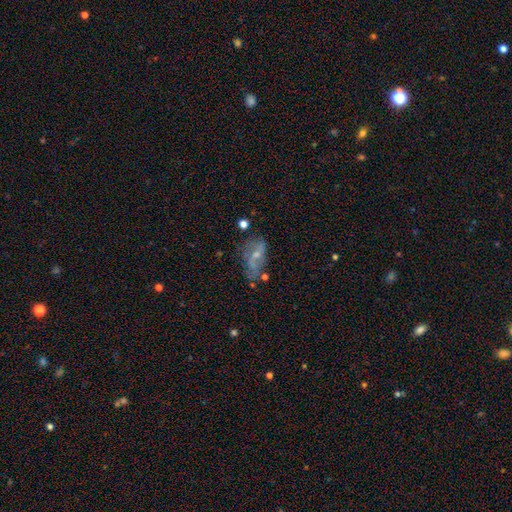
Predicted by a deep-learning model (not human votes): Smooth or featured? featured or disk (58%)
Edge-on disk? no (93%)
Bar? no (50%)
Spiral arms? yes (64%)
Bulge size? small (55%)
Merging? none (46%)